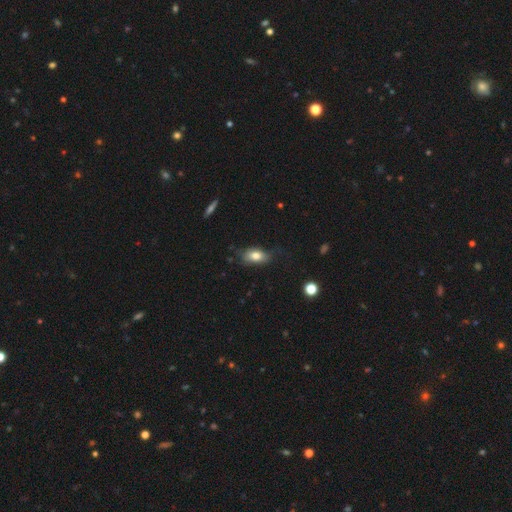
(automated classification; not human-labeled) Smooth or featured? Predicted: smooth (p=0.78). How rounded? Predicted: in between (p=0.87). Merging? Predicted: none (p=0.67).